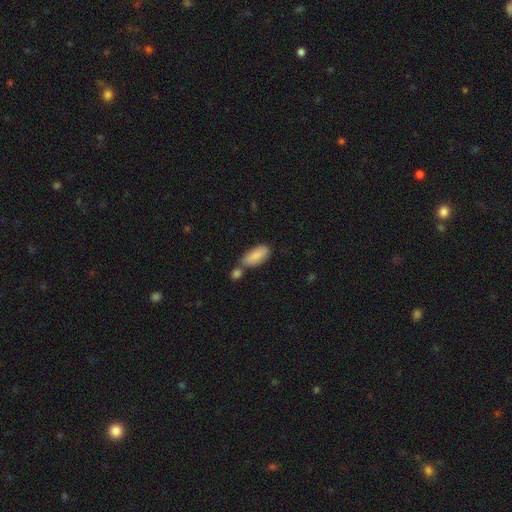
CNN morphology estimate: This is clearly a smooth galaxy (86%). How rounded: clearly in between (83%). Merging: possibly none (53%).